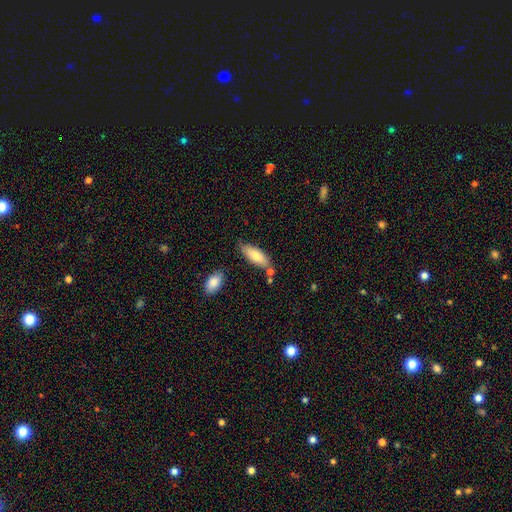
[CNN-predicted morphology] Smooth or featured? Predicted: smooth (p=0.80). How rounded? Predicted: in between (p=0.64). Merging? Predicted: none (p=0.71).